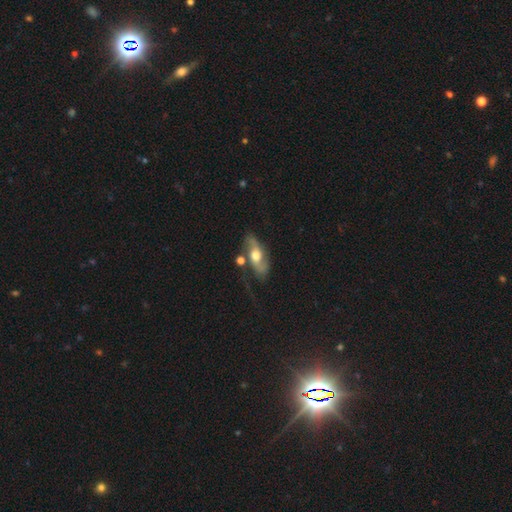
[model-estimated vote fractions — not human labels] This appears to be a featured or disk galaxy (68%) with no bar (63%), spiral arms (84%) and a moderate central bulge (67%). Merging: none (50%).